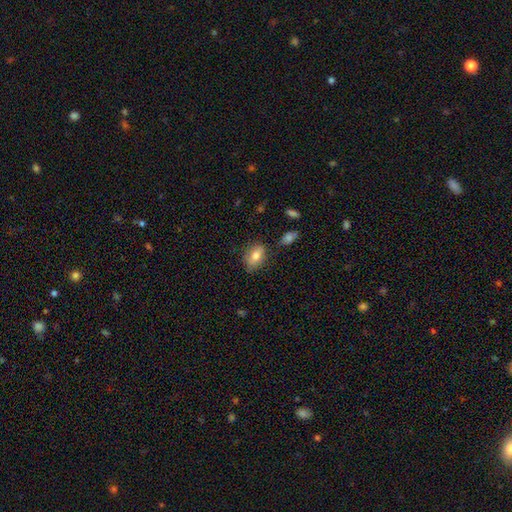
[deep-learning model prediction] smooth_or_featured: smooth (p=0.74) [alt: featured or disk p=0.17]
how_rounded: in between (p=0.84) [alt: round p=0.12]
merging: none (p=0.71) [alt: minor disturbance p=0.21]